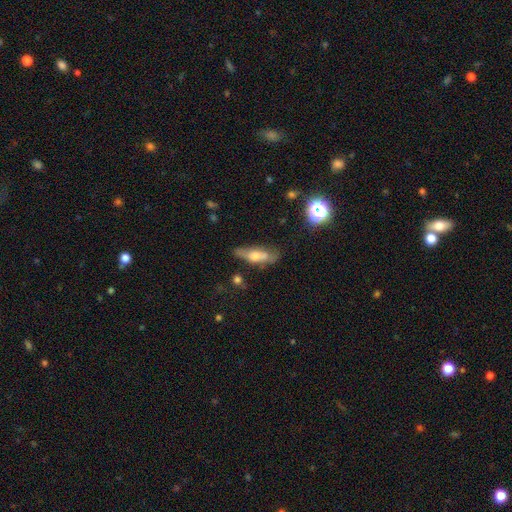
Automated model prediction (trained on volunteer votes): The model was most divided on "smooth or featured": smooth: 47%, featured or disk: 43%, star or artifact: 10%. More confident: merging — none (62%).